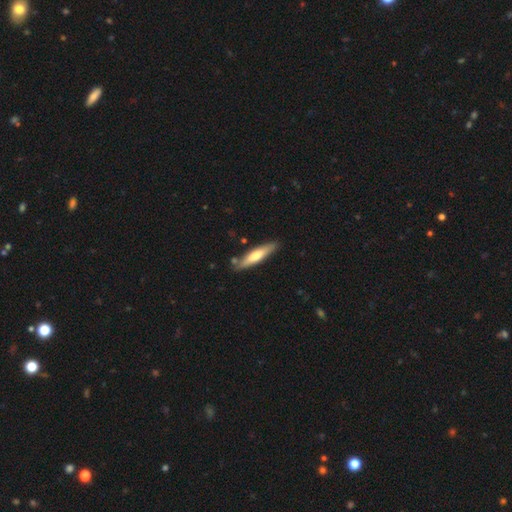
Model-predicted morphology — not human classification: This appears to be a smooth galaxy with no disk features (57%) that is cigar-shaped (81%). Merging: none (82%).